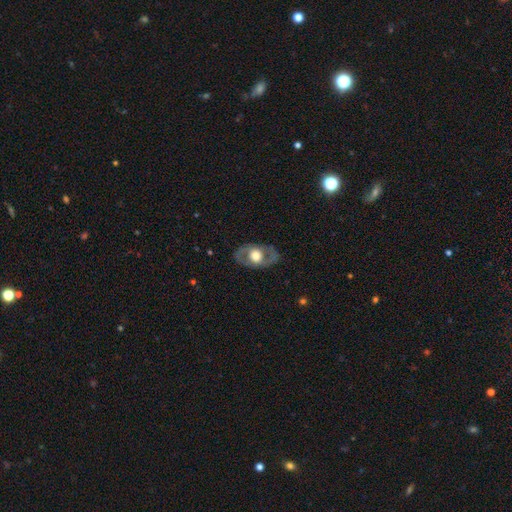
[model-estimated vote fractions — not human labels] Smooth or featured?
  - featured or disk: 64% *
  - smooth: 31%
  - star or artifact: 5%
Edge-on disk?
  - no: 87% *
  - yes: 13%
Bar?
  - no: 80% *
  - weak: 16%
  - strong: 5%
Spiral arms?
  - no: 67% *
  - yes: 33%
Bulge size?
  - large: 49% *
  - moderate: 41%
  - dominant: 5%
  - small: 3%
  - none: 1%
Merging?
  - none: 81% *
  - minor disturbance: 12%
  - major disturbance: 6%
  - merger: 1%